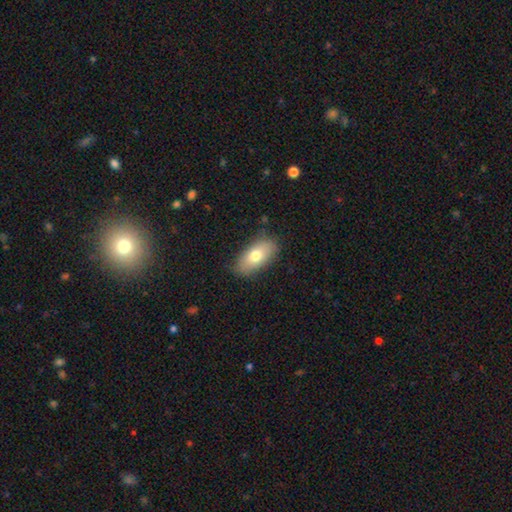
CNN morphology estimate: Overall: smooth (74%). How rounded: in between (88%). Merging: none (82%).